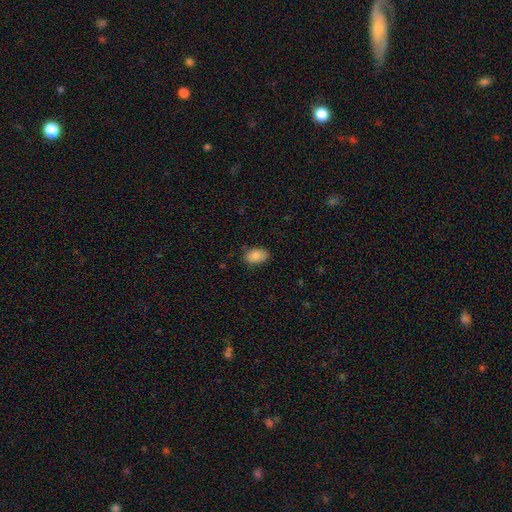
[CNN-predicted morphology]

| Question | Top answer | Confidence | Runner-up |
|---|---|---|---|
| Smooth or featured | smooth | 86% | star or artifact (7%) |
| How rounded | in between | 90% | round (8%) |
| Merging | none | 82% | minor disturbance (15%) |